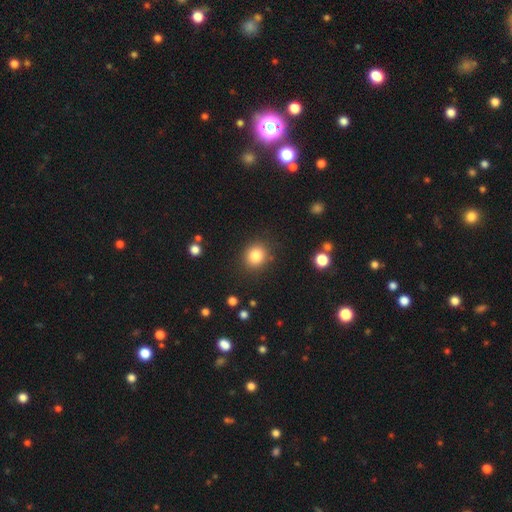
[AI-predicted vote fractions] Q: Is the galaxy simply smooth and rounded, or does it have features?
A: smooth — 83%.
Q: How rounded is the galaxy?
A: round — 80%.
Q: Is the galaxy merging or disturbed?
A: none — 87%.